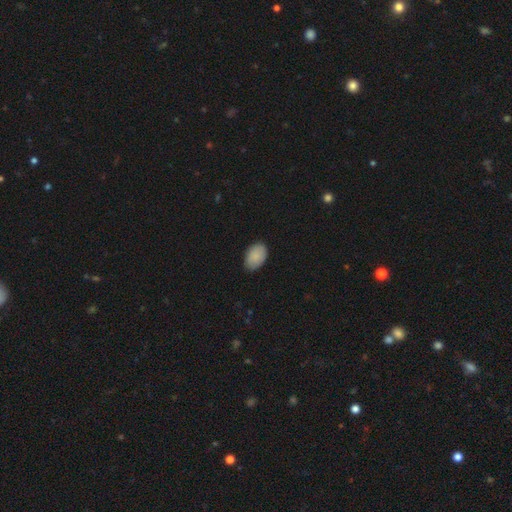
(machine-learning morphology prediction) This appears to be a smooth galaxy with no disk features (88%) that is in between round and cigar-shaped (89%). Merging: none (84%).